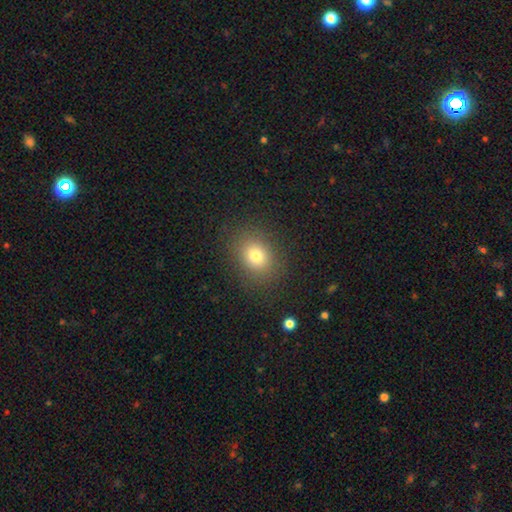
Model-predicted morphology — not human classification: smooth_or_featured: smooth (p=0.77) [alt: star or artifact p=0.14]
how_rounded: round (p=0.55) [alt: in between p=0.44]
merging: none (p=0.86) [alt: minor disturbance p=0.09]